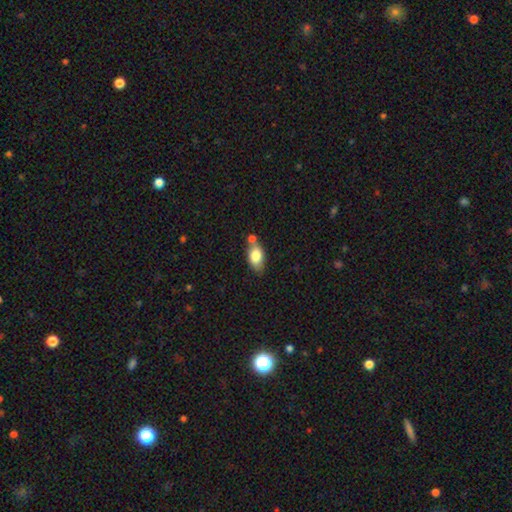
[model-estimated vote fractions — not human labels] smooth-or-featured: smooth: 80% | featured or disk: 13% | star or artifact: 7%
  how-rounded: in between: 88% | round: 9% | cigar-shaped: 4%
  merging: none: 54% | merger: 24% | minor disturbance: 17% | major disturbance: 4%